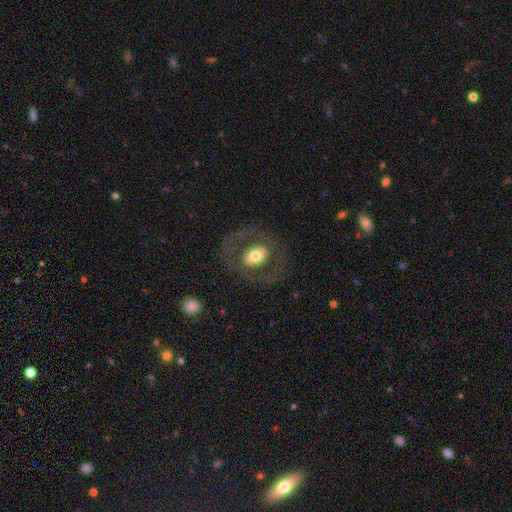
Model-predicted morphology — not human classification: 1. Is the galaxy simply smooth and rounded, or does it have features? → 49% featured or disk, 45% smooth, 7% star or artifact.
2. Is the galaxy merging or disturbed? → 77% none, 11% major disturbance, 10% minor disturbance, 1% merger.